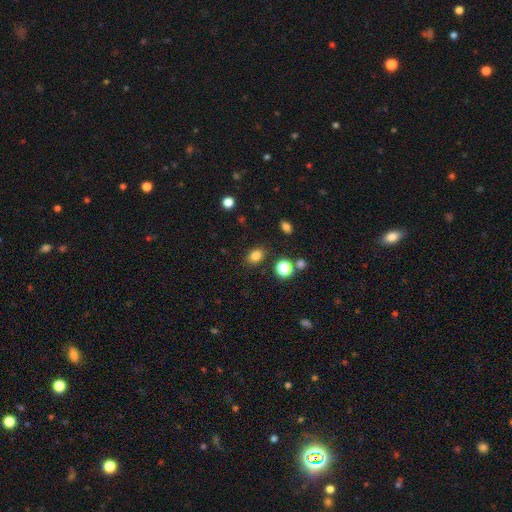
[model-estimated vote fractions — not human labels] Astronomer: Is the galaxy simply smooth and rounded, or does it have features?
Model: smooth — 81%.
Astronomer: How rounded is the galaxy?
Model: in between — 63%.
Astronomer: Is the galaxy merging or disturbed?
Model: none — 85%.